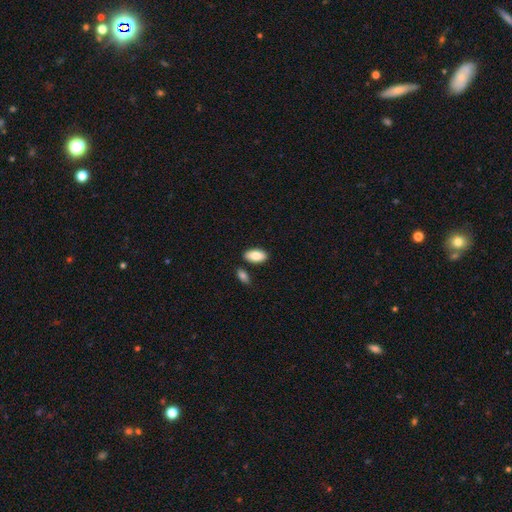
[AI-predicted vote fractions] smooth_or_featured: smooth (p=0.86) [alt: featured or disk p=0.09]
how_rounded: in between (p=0.94) [alt: cigar-shaped p=0.03]
merging: none (p=0.81) [alt: minor disturbance p=0.10]